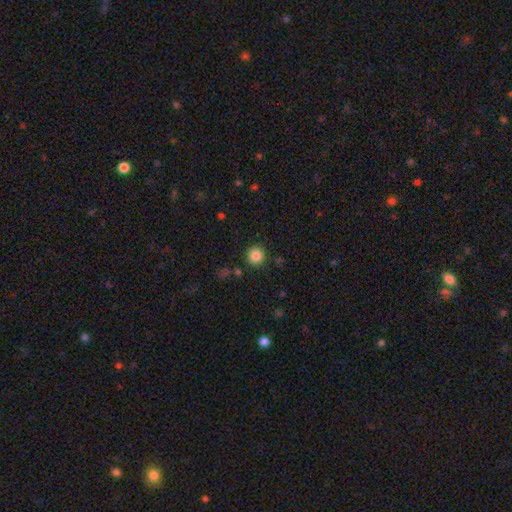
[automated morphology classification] smooth 85%, star or artifact 10%, featured or disk 5%. Down the decision tree: how rounded — round (94%); merging — none (88%).